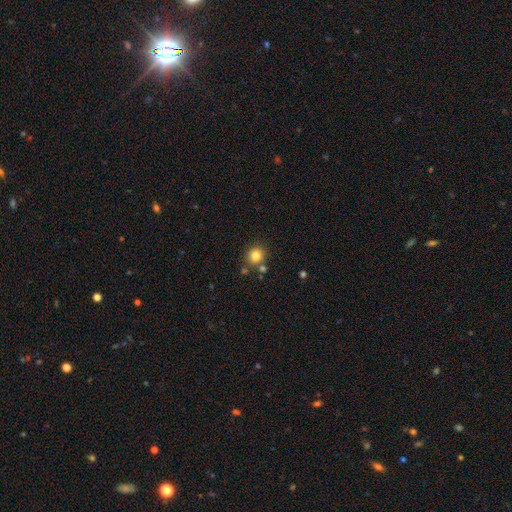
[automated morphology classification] Smooth or featured? smooth (81%)
How rounded? round (88%)
Merging? none (78%)